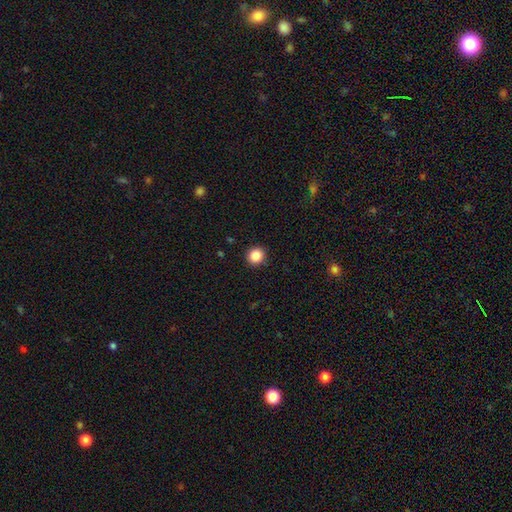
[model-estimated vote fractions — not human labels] smooth 86%, star or artifact 10%, featured or disk 3%. Down the decision tree: how rounded — round (92%); merging — none (92%).